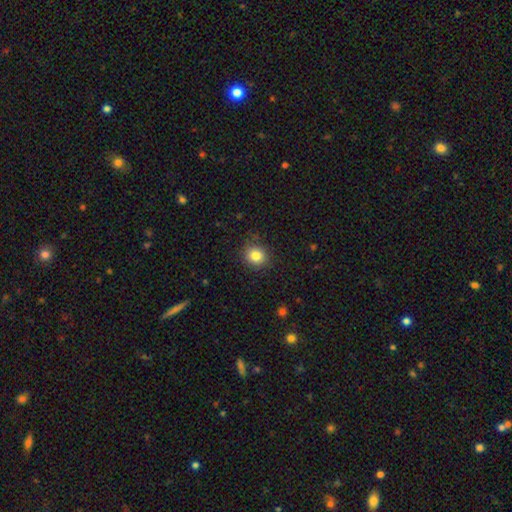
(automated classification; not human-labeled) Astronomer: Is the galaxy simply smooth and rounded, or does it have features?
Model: smooth — 83%.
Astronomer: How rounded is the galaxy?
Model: round — 84%.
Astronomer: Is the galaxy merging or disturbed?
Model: none — 88%.